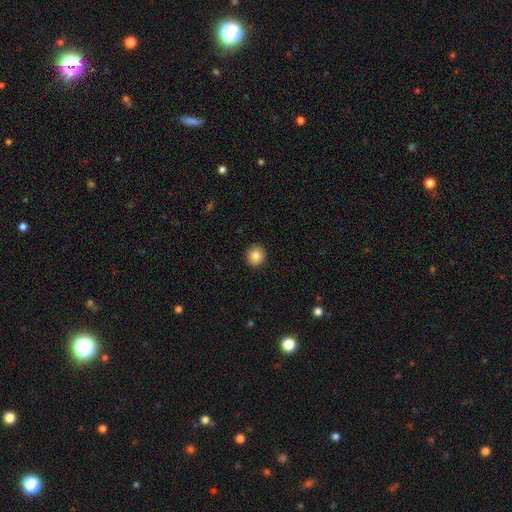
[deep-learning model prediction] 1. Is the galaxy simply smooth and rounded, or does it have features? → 84% smooth, 9% star or artifact, 7% featured or disk.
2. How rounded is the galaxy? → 89% round, 10% in between, 1% cigar-shaped.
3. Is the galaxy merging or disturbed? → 92% none, 5% minor disturbance, 2% major disturbance, 1% merger.